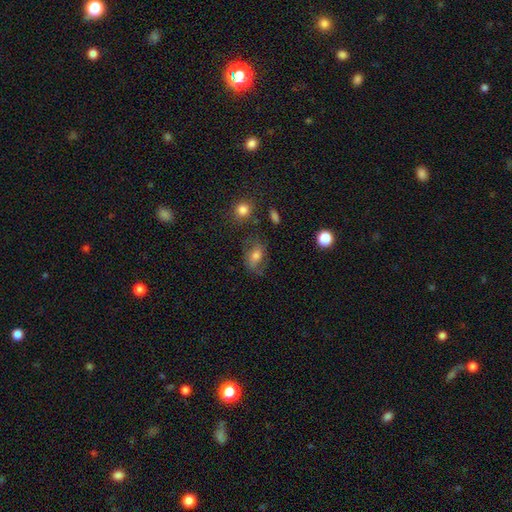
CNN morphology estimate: smooth-or-featured: smooth: 47% | featured or disk: 40% | star or artifact: 12%
  merging: none: 57% | minor disturbance: 23% | major disturbance: 16% | merger: 3%